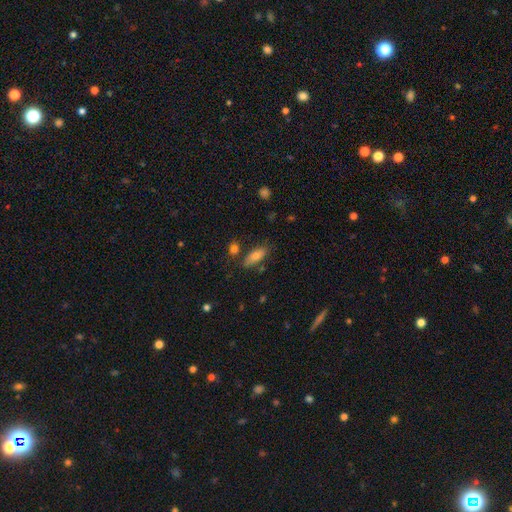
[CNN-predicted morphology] type=smooth (77%); roundness=in between (76%); merging=none (74%).